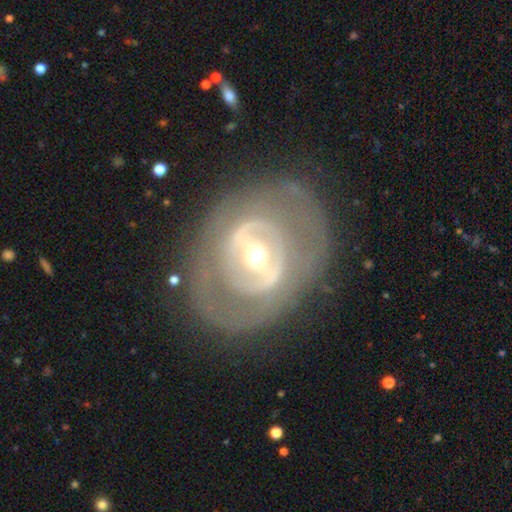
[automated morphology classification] Overall: featured or disk (79%). Edge-on disk: no (94%). Bar: strong (40%; weak 34%). Spiral arms: no (57%; yes 43%). Bulge size: moderate (61%; small 31%). Merging: none (74%).